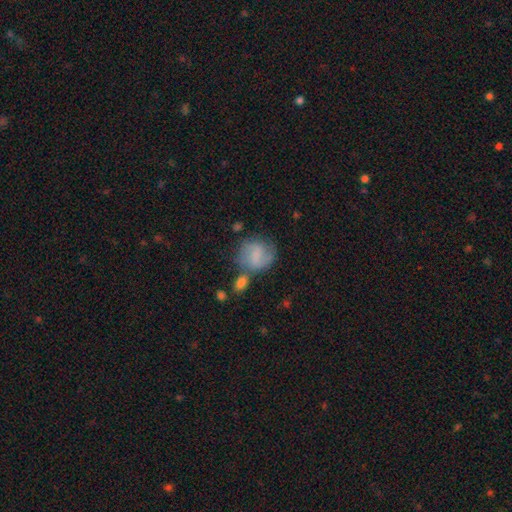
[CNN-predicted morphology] The model was most divided on "smooth or featured": smooth: 58%, featured or disk: 34%, star or artifact: 8%. More confident: how rounded — round (72%); merging — none (51%).